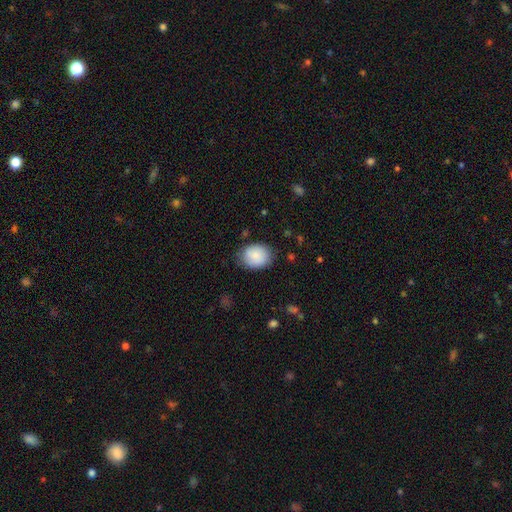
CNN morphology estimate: This appears to be a smooth galaxy with no disk features (87%) that is in between round and cigar-shaped (53%). Merging: none (79%).